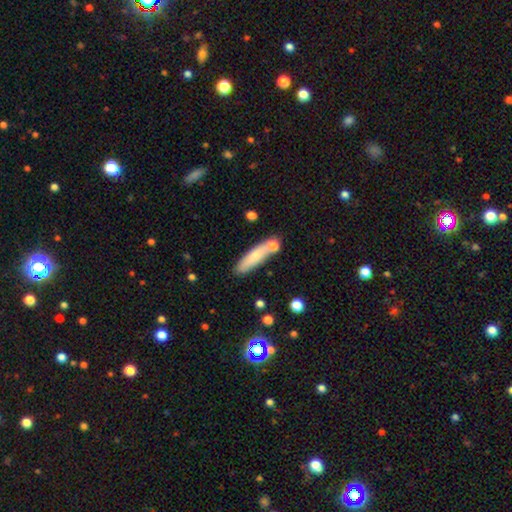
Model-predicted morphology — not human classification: smooth 71%, featured or disk 22%, star or artifact 7%. Down the decision tree: how rounded — cigar-shaped (77%); merging — none (71%).